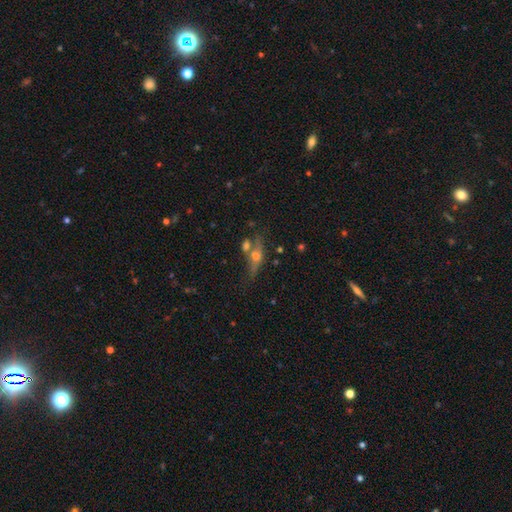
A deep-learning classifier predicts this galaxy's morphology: Smooth or featured? Predicted: featured or disk (p=0.61). Edge-on disk? Predicted: yes (p=0.83). Edge-on bulge? Predicted: rounded (p=0.92). Merging? Predicted: none (p=0.57).